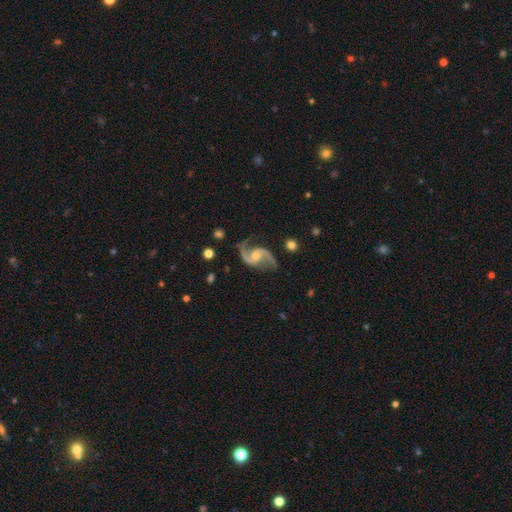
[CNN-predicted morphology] Smooth or featured?
  - featured or disk: 93% *
  - star or artifact: 4%
  - smooth: 3%
Edge-on disk?
  - no: 98% *
  - yes: 2%
Bar?
  - no: 56% *
  - weak: 34%
  - strong: 10%
Spiral arms?
  - yes: 98% *
  - no: 2%
Spiral winding?
  - loose: 54% *
  - medium: 39%
  - tight: 7%
Spiral arm count?
  - 2: 94% *
  - 1: 1%
  - can't tell: 1%
  - 3: 1%
  - 4: 1%
  - more than 4: 1%
Bulge size?
  - small: 48% *
  - moderate: 45%
  - none: 3%
  - large: 2%
  - dominant: 1%
Merging?
  - none: 76% *
  - minor disturbance: 16%
  - major disturbance: 7%
  - merger: 2%